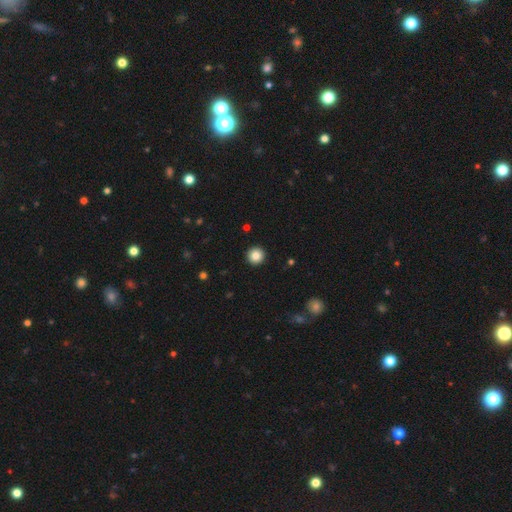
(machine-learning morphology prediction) This appears to be a smooth galaxy with no disk features (85%) that is round (96%). Merging: none (94%).